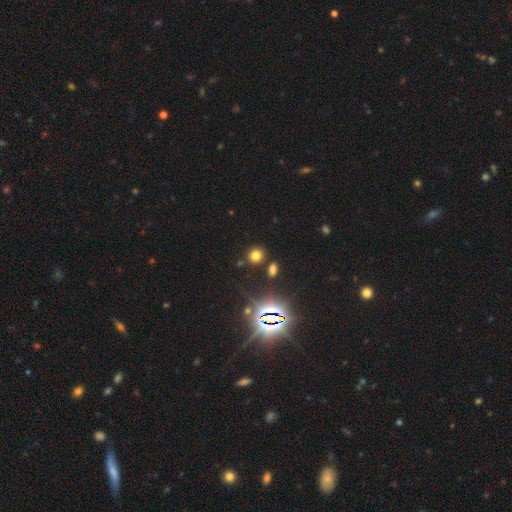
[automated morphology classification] Smooth or featured? smooth (66%)
How rounded? round (80%)
Merging? none (83%)